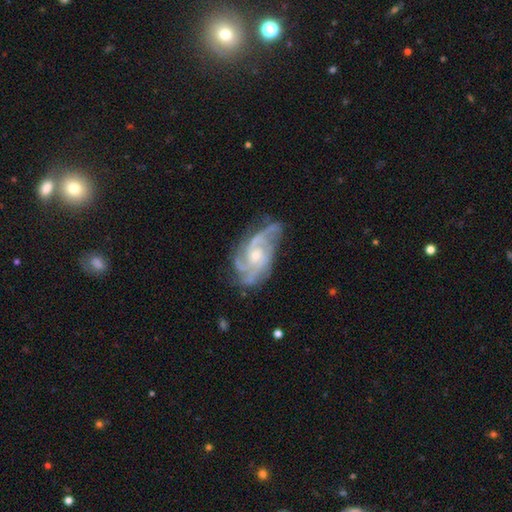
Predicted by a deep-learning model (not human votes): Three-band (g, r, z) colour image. It shows a featured or disk galaxy (89%) with no bar (67%), 3 (38%) tight (46%) spiral arms (97%) and a moderate central bulge (48%). Merging: none (67%).